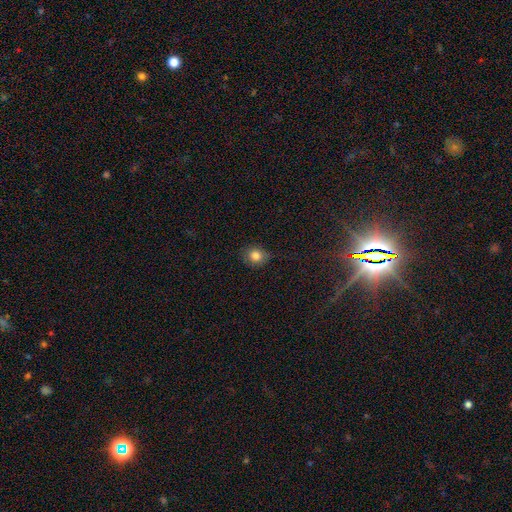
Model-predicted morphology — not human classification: Smooth or featured? smooth (82%)
How rounded? round (75%)
Merging? none (79%)